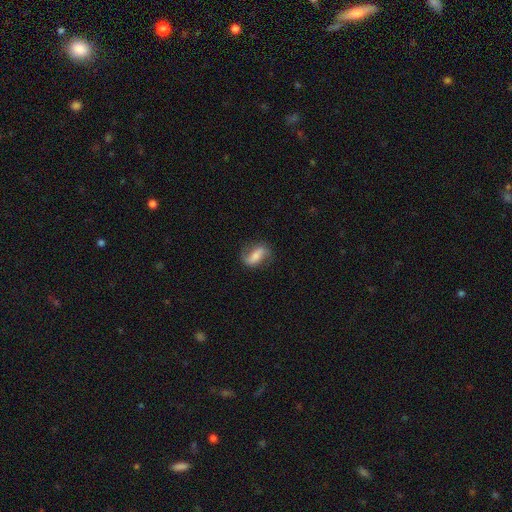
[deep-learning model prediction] This is possibly a featured or disk galaxy (53%). It is clearly not viewed edge-on (92%). Merging: likely none (69%).